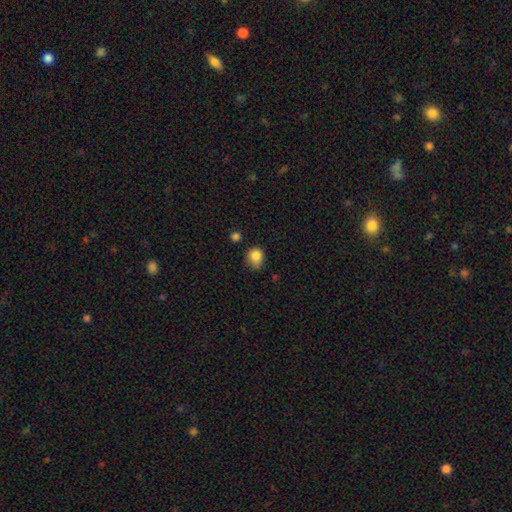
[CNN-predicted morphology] smooth 83%, star or artifact 10%, featured or disk 6%. Down the decision tree: how rounded — round (72%); merging — none (49%).